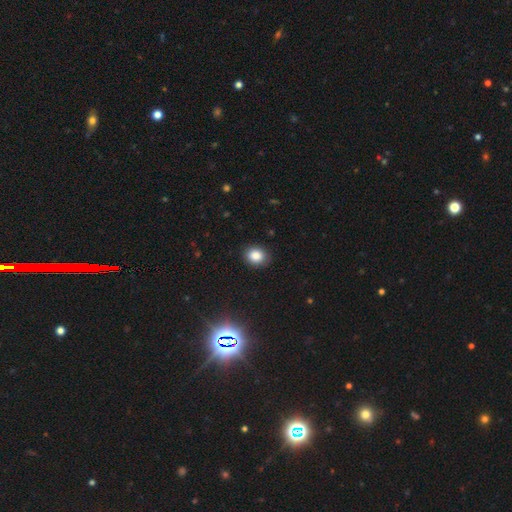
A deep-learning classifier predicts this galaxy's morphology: smooth_or_featured: smooth (p=0.85) [alt: star or artifact p=0.10]
how_rounded: round (p=0.52) [alt: in between p=0.47]
merging: none (p=0.87) [alt: minor disturbance p=0.10]